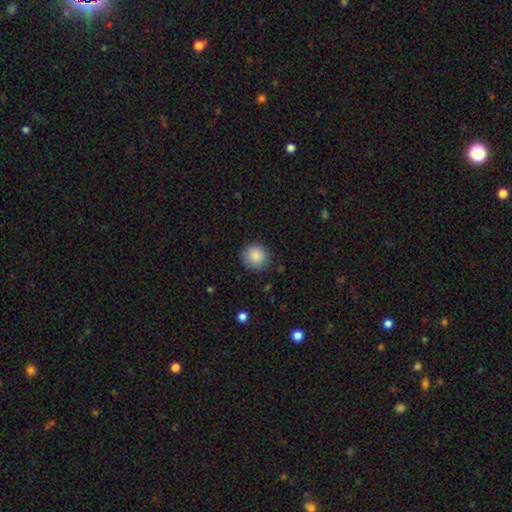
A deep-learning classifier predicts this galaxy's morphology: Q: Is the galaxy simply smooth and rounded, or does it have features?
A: smooth — 87%.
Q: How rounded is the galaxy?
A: round — 91%.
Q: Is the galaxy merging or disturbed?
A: none — 85%.